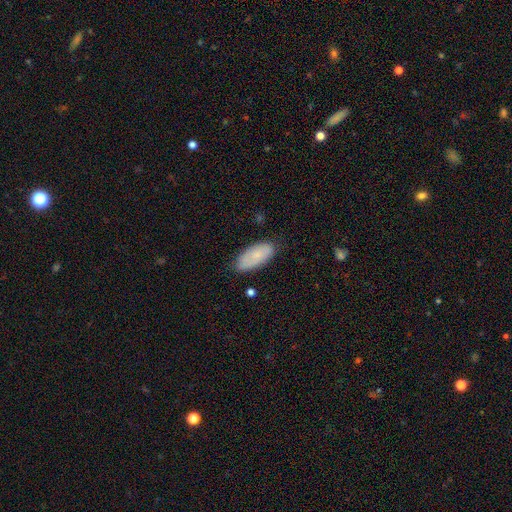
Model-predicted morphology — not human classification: smooth_or_featured: smooth (p=0.76) [alt: featured or disk p=0.18]
how_rounded: in between (p=0.91) [alt: cigar-shaped p=0.07]
merging: none (p=0.78) [alt: minor disturbance p=0.18]